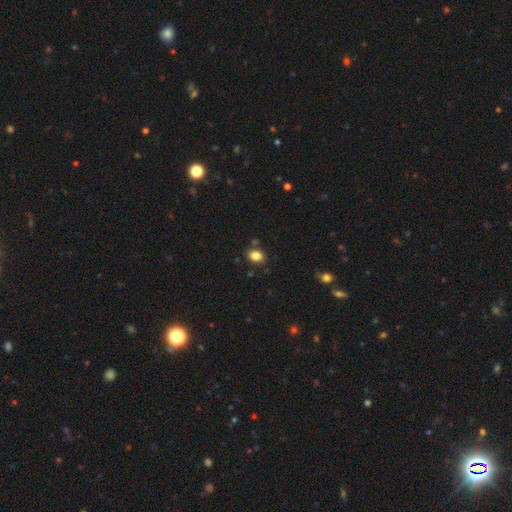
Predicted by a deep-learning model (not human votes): Overall: smooth (85%). How rounded: in between (57%; round 42%). Merging: none (82%).